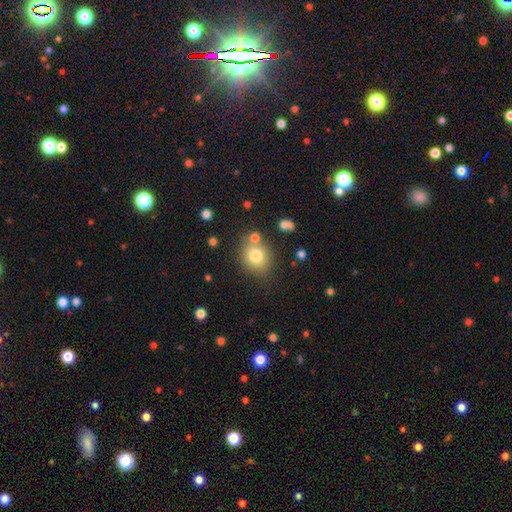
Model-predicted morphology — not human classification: This is likely a smooth galaxy (77%). How rounded: likely round (73%). Merging: likely none (71%).